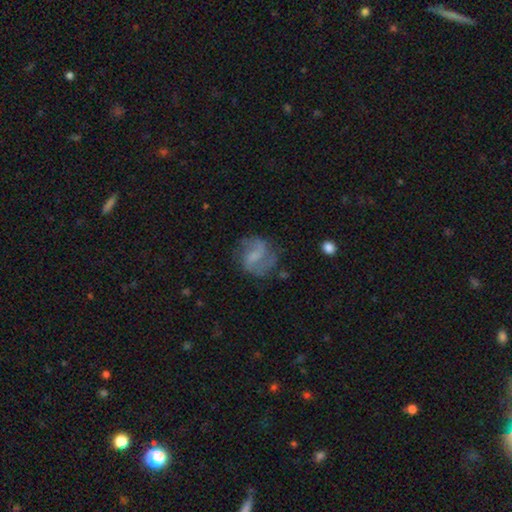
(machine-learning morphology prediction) Smooth or featured? featured or disk (67%)
Edge-on disk? no (98%)
Bar? weak (50%)
Spiral arms? yes (88%)
Spiral winding? medium (46%)
Spiral arm count? 2 (81%)
Bulge size? none (38%)
Merging? none (64%)